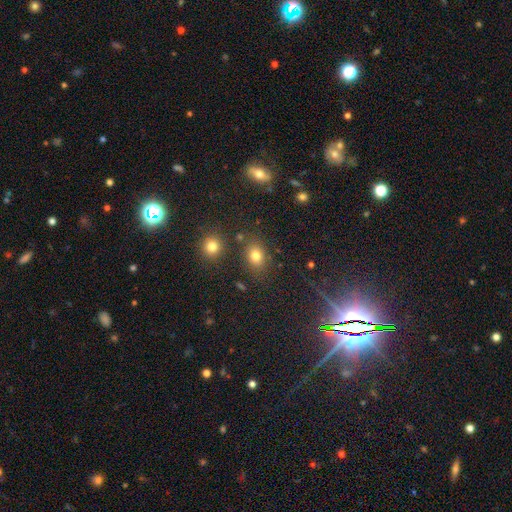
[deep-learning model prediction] A smooth galaxy with no disk features (75%) that is in between round and cigar-shaped (60%). Merging: none (78%).